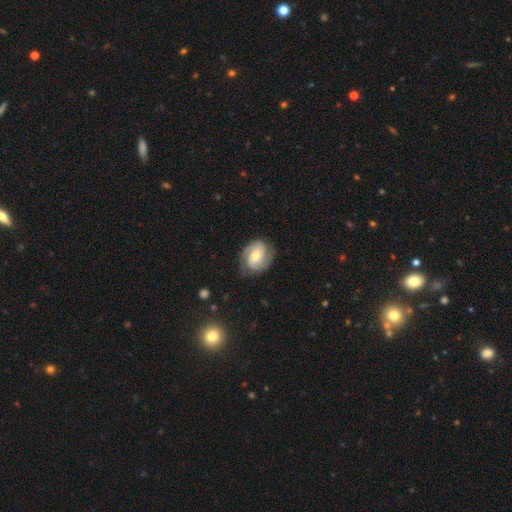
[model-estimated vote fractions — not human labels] smooth_or_featured: featured or disk (p=0.69) [alt: smooth p=0.25]
disk_edge_on: no (p=0.97) [alt: yes p=0.03]
bar: no (p=0.49) [alt: weak p=0.37]
has_spiral_arms: yes (p=0.90) [alt: no p=0.10]
spiral_winding: tight (p=0.47) [alt: medium p=0.39]
spiral_arm_count: 2 (p=0.74) [alt: can't tell p=0.13]
bulge_size: moderate (p=0.56) [alt: small p=0.38]
merging: none (p=0.74) [alt: minor disturbance p=0.18]